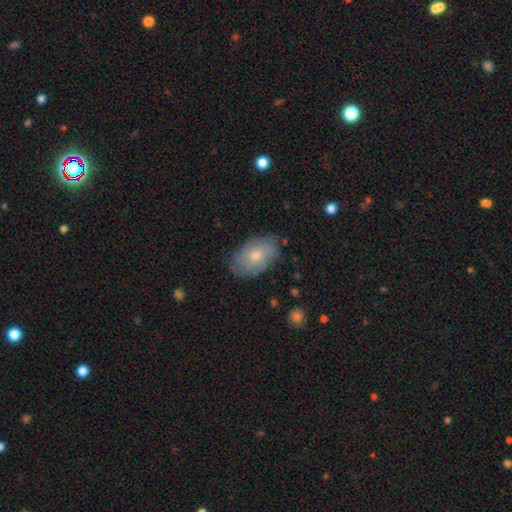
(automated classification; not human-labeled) smooth 51%, featured or disk 42%, star or artifact 7%. Down the decision tree: how rounded — in between (89%); merging — none (75%).